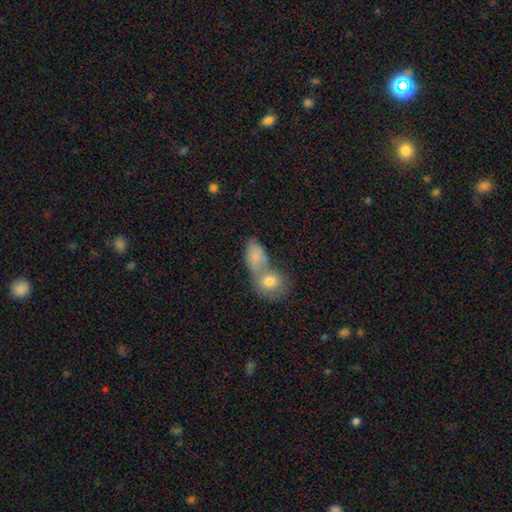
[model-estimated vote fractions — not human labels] This is likely a smooth galaxy (78%). How rounded: clearly in between (82%). Merging: likely merger (65%).